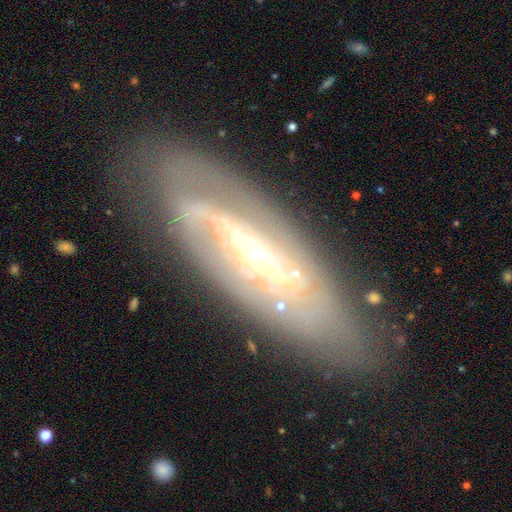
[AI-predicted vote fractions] This is clearly a featured or disk galaxy (81%). It is clearly not viewed edge-on (83%). Bar: marginally strong (37%). Spiral arm pattern: clearly yes (82%). Spiral arm count: possibly 2 (55%). Spiral winding: marginally tight (42%). Central bulge: likely small (72%). Merging: likely none (77%).